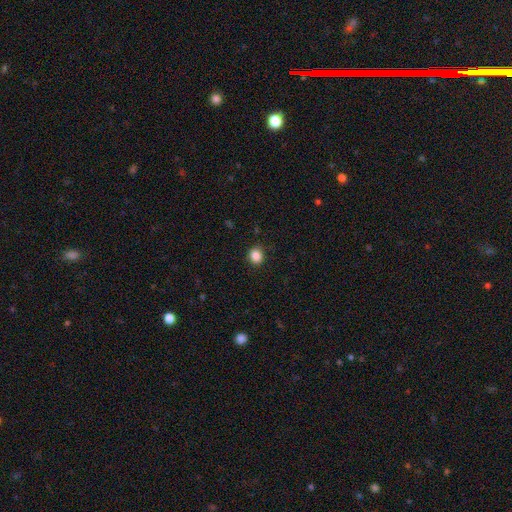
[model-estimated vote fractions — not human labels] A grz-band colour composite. It shows a smooth galaxy with no disk features (87%) that is round (73%). Merging: none (85%).